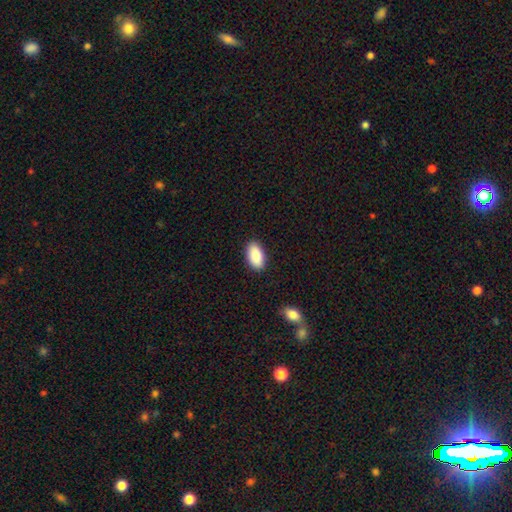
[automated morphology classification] Smooth or featured?
  - smooth: 90% *
  - star or artifact: 6%
  - featured or disk: 4%
How rounded?
  - in between: 95% *
  - round: 3%
  - cigar-shaped: 3%
Merging?
  - none: 89% *
  - minor disturbance: 8%
  - major disturbance: 2%
  - merger: 1%